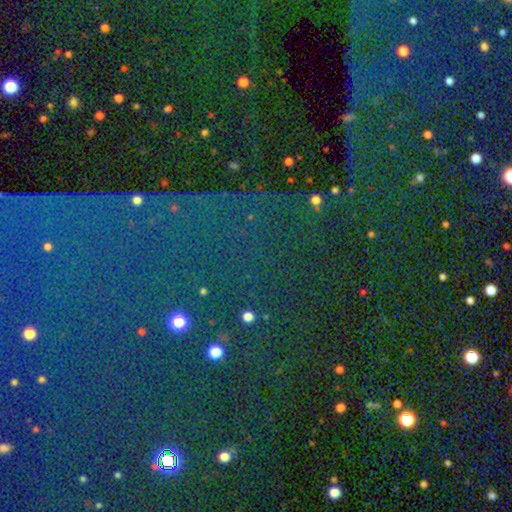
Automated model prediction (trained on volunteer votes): Overall: star or artifact (83%).